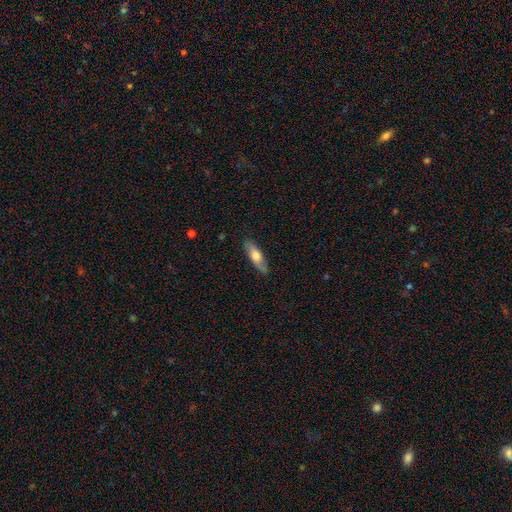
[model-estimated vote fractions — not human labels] smooth 56%, featured or disk 38%, star or artifact 5%. Down the decision tree: how rounded — cigar-shaped (50%); merging — none (83%).